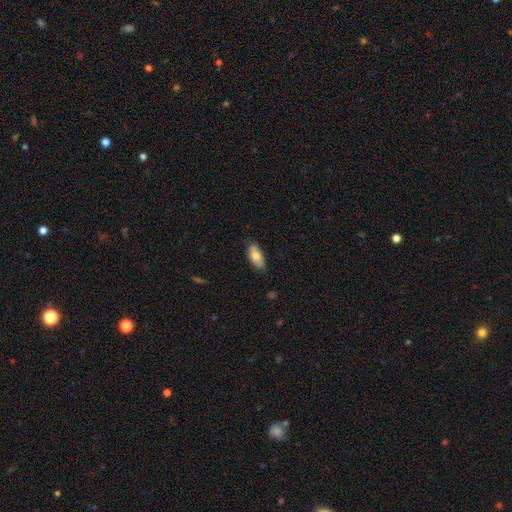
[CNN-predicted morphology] Smooth or featured: smooth — 72% (featured or disk — 21%)
How rounded: in between — 89% (cigar-shaped — 9%)
Merging: none — 80% (minor disturbance — 16%)